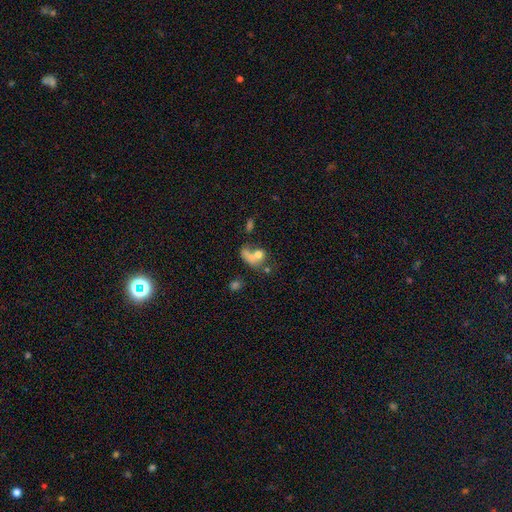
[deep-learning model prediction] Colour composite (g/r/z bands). It shows a smooth galaxy with no disk features (64%) that is in between round and cigar-shaped (51%). Merging: merger (46%).